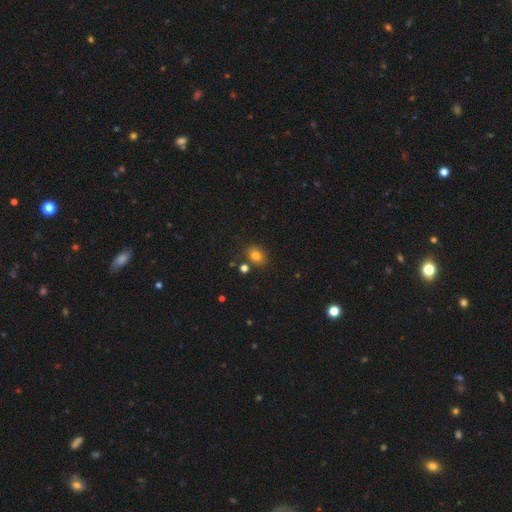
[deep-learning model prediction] A smooth galaxy with no disk features (79%) that is round (51%). Merging: none (78%).